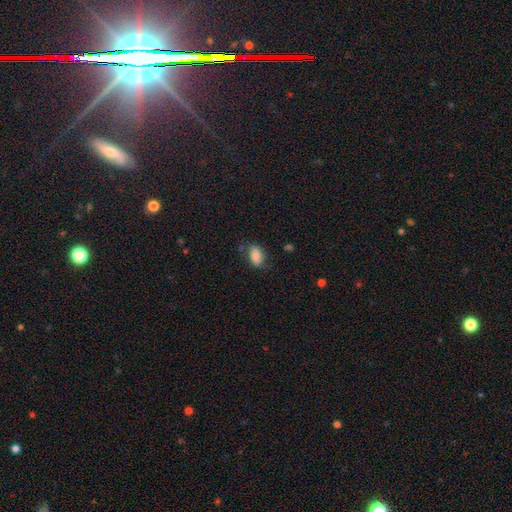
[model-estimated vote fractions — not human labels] A smooth galaxy with no disk features (76%) that is in between round and cigar-shaped (88%). Merging: none (65%).